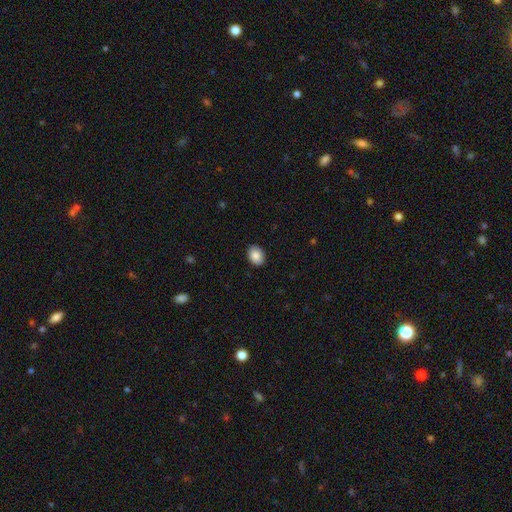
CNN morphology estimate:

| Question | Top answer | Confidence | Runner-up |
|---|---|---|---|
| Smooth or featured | smooth | 88% | star or artifact (7%) |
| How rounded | in between | 69% | round (30%) |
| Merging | none | 89% | minor disturbance (8%) |